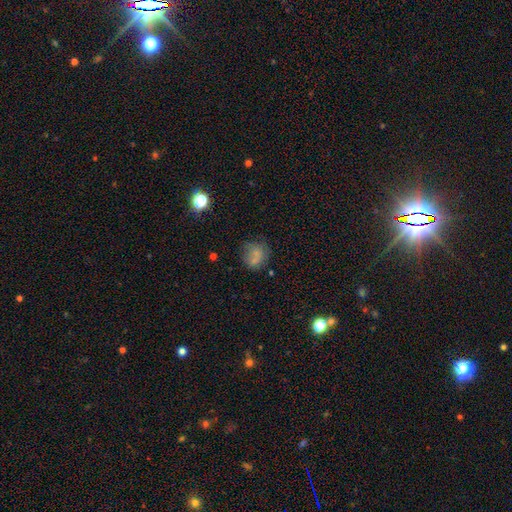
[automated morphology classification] Smooth or featured?
  - smooth: 70% *
  - featured or disk: 17%
  - star or artifact: 13%
How rounded?
  - round: 72% *
  - in between: 26%
  - cigar-shaped: 1%
Merging?
  - none: 51% *
  - minor disturbance: 23%
  - major disturbance: 14%
  - merger: 13%